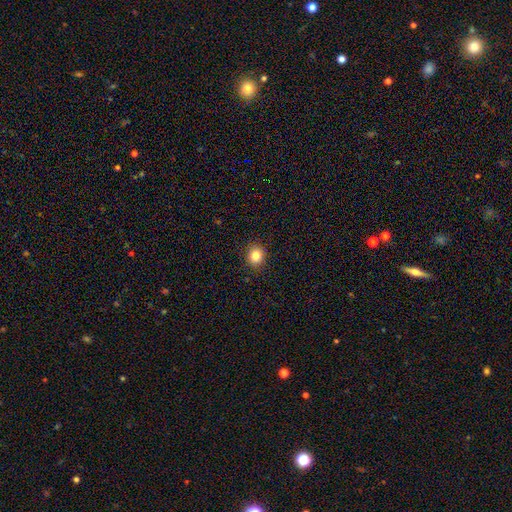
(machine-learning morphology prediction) Smooth or featured? smooth (83%)
How rounded? round (81%)
Merging? none (91%)